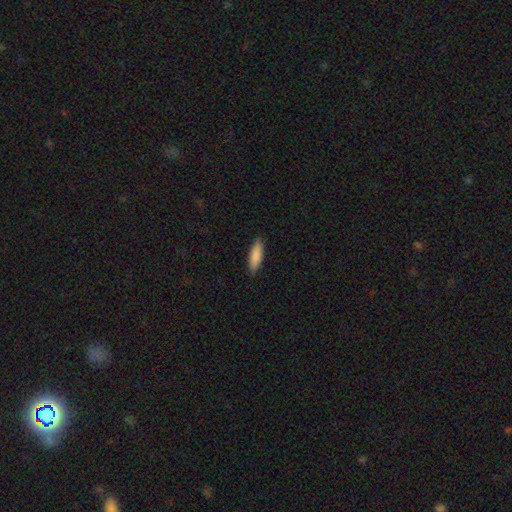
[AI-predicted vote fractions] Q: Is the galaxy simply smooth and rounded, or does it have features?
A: smooth — 87%.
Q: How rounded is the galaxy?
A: cigar-shaped — 60%.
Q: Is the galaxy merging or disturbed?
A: none — 88%.